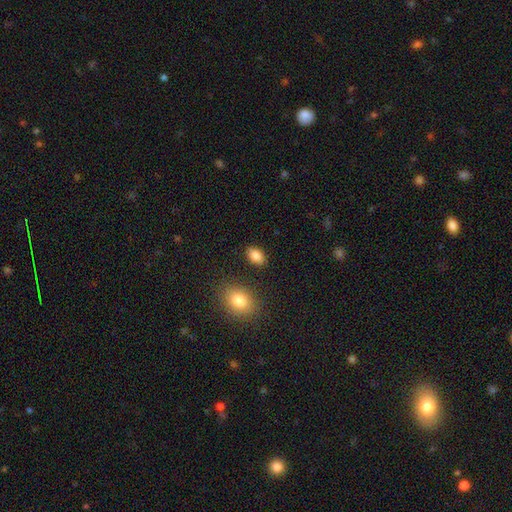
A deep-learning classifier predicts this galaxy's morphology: Q: Smooth or featured?
A: smooth (87%); runner-up: star or artifact (8%)
Q: How rounded?
A: in between (88%); runner-up: round (10%)
Q: Merging?
A: none (86%); runner-up: minor disturbance (9%)